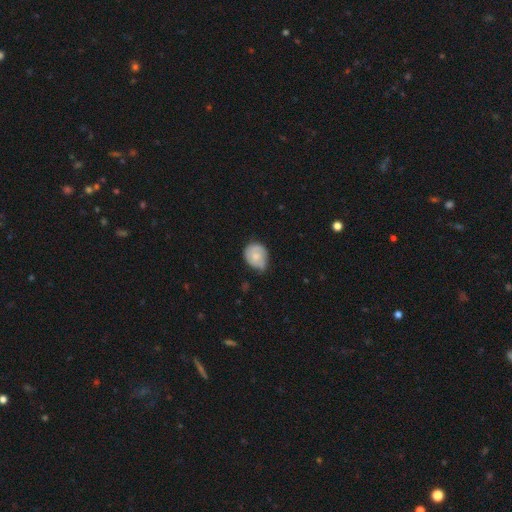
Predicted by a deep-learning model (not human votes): Smooth or featured? smooth (65%)
How rounded? round (59%)
Merging? none (47%)